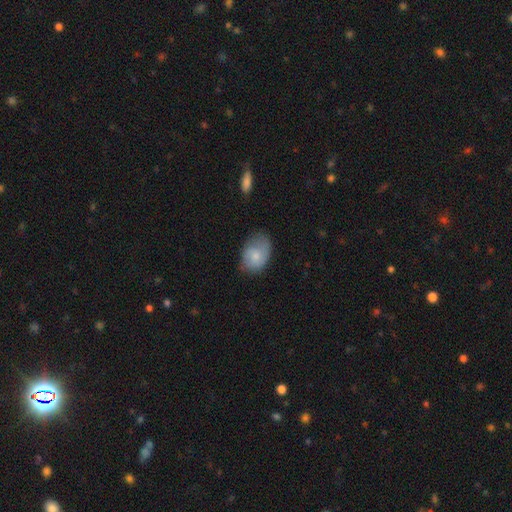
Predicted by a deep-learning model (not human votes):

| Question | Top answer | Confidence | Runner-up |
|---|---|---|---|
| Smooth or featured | smooth | 75% | featured or disk (18%) |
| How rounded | in between | 78% | round (21%) |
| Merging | none | 53% | minor disturbance (34%) |